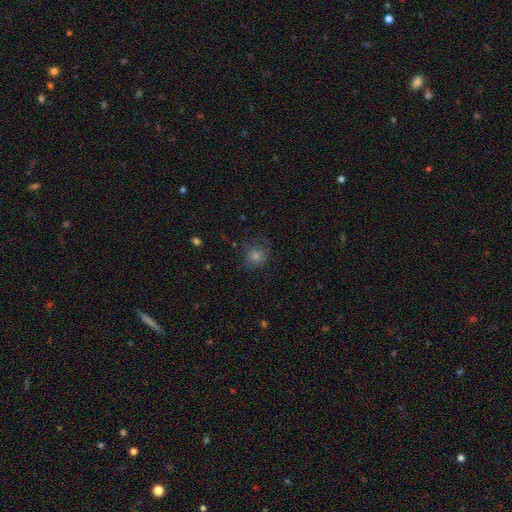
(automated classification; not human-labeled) Q: Smooth or featured?
A: smooth (65%); runner-up: star or artifact (21%)
Q: How rounded?
A: round (88%); runner-up: in between (11%)
Q: Merging?
A: none (74%); runner-up: minor disturbance (17%)